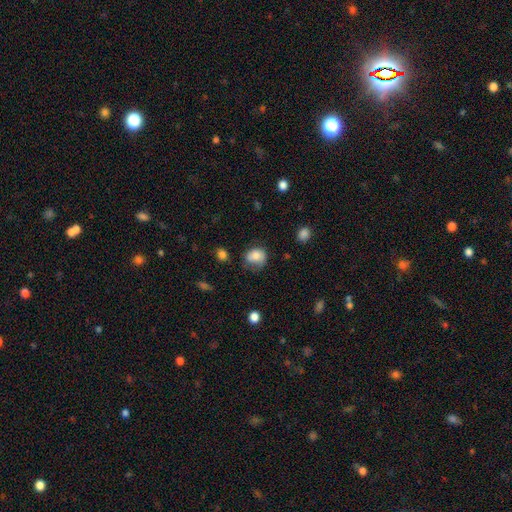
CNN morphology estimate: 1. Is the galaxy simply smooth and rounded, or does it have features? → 74% smooth, 17% featured or disk, 9% star or artifact.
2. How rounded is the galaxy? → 59% round, 40% in between, 1% cigar-shaped.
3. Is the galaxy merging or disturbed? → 48% none, 33% minor disturbance, 16% major disturbance, 3% merger.